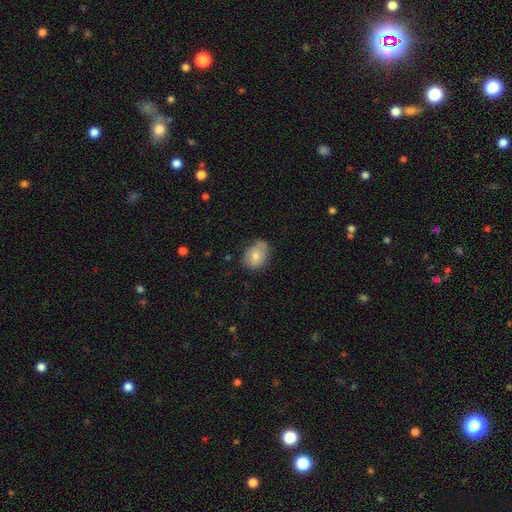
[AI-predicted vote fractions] Q: Smooth or featured?
A: smooth (72%); runner-up: featured or disk (20%)
Q: How rounded?
A: in between (60%); runner-up: round (39%)
Q: Merging?
A: none (65%); runner-up: minor disturbance (28%)